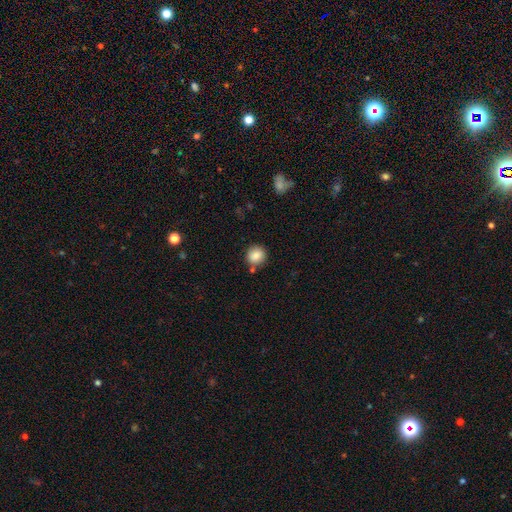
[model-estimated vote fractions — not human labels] This appears to be a smooth galaxy with no disk features (85%) that is round (88%). Merging: none (79%).